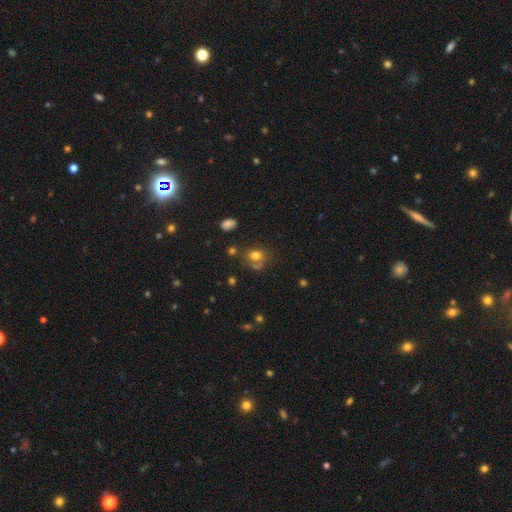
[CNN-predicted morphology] smooth_or_featured: smooth (p=0.67) [alt: featured or disk p=0.19]
how_rounded: round (p=0.61) [alt: in between p=0.38]
merging: none (p=0.46) [alt: major disturbance p=0.21]